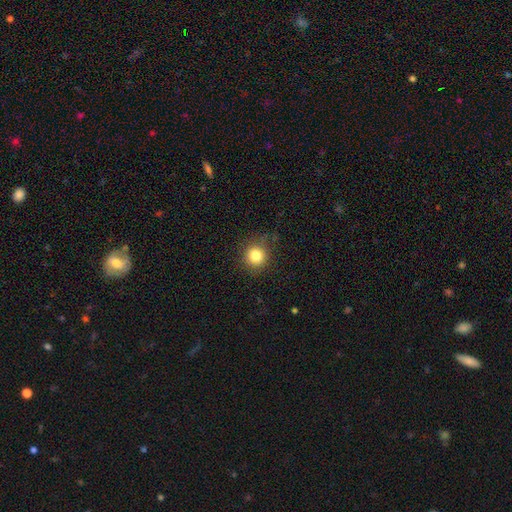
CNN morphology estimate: Q: Smooth or featured?
A: smooth (81%); runner-up: star or artifact (12%)
Q: How rounded?
A: round (92%); runner-up: in between (7%)
Q: Merging?
A: none (85%); runner-up: minor disturbance (11%)